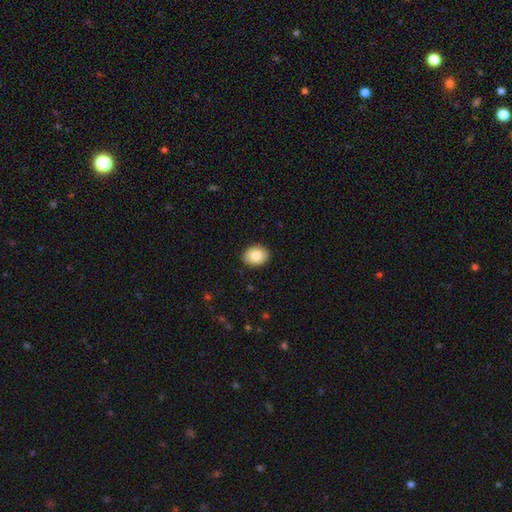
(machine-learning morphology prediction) Smooth or featured? Predicted: smooth (p=0.87). How rounded? Predicted: in between (p=0.70). Merging? Predicted: none (p=0.89).